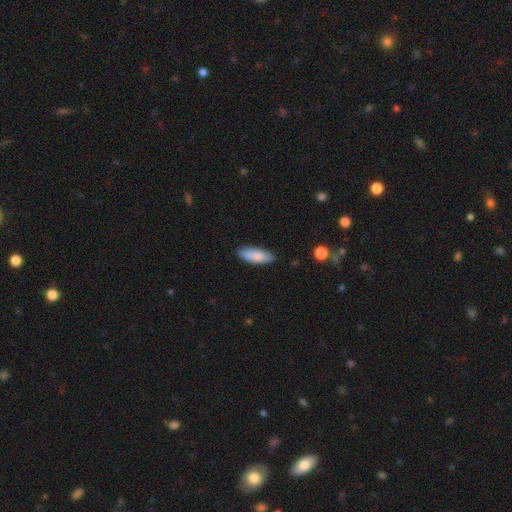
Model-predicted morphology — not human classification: This appears to be a smooth galaxy with no disk features (84%) that is in between round and cigar-shaped (74%). Merging: none (83%).